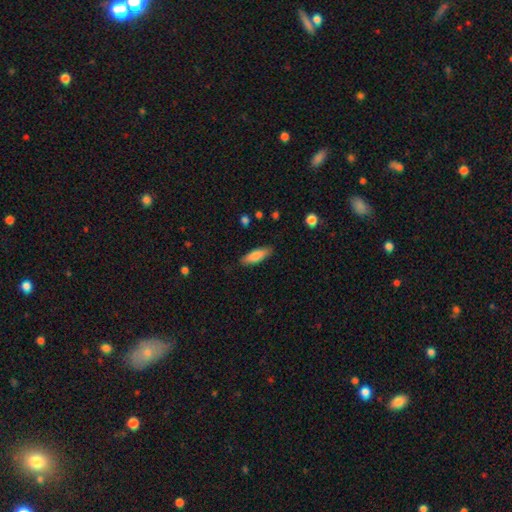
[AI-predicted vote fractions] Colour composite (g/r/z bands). It shows a smooth galaxy with no disk features (83%) that is in between round and cigar-shaped (54%). Merging: none (85%).